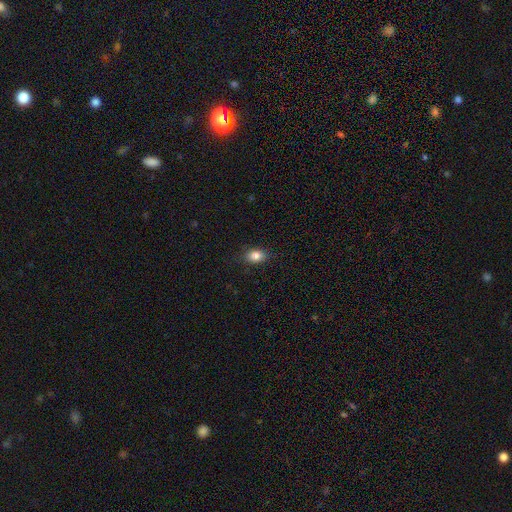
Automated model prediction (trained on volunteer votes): Morphology: type=smooth (84%); roundness=in between (79%); merging=none (86%).